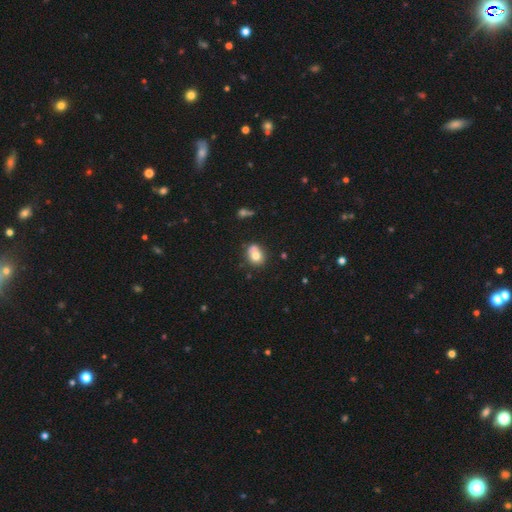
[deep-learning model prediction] smooth-or-featured: smooth: 74% | featured or disk: 16% | star or artifact: 10%
  how-rounded: round: 53% | in between: 46% | cigar-shaped: 1%
  merging: none: 56% | minor disturbance: 21% | merger: 17% | major disturbance: 6%